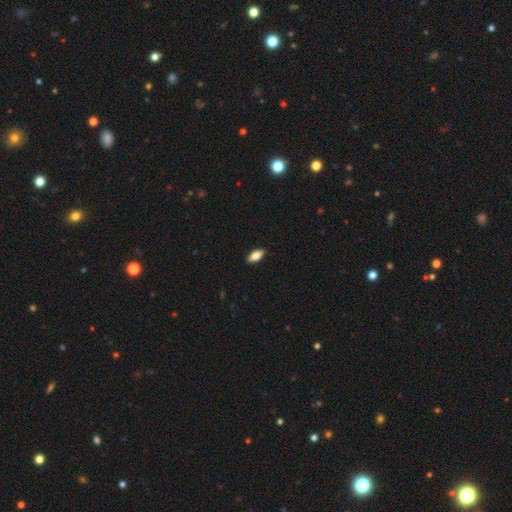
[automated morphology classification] The model was most divided on "smooth or featured": smooth: 75%, featured or disk: 18%, star or artifact: 7%. More confident: merging — none (90%); how rounded — in between (83%).